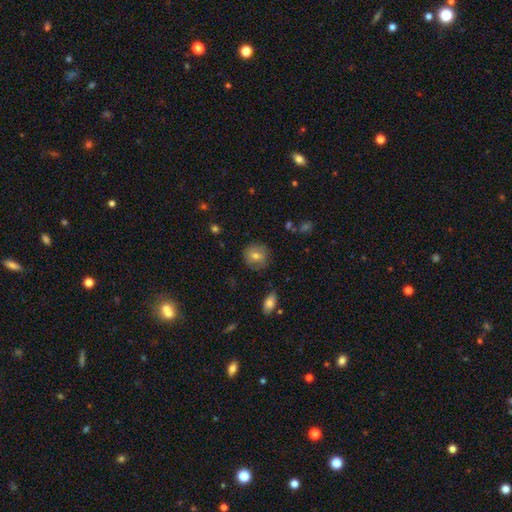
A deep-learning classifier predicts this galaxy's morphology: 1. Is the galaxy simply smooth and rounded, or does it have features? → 73% smooth, 18% featured or disk, 9% star or artifact.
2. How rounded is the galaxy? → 86% round, 13% in between, 1% cigar-shaped.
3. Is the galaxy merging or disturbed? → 83% none, 12% minor disturbance, 3% major disturbance, 2% merger.